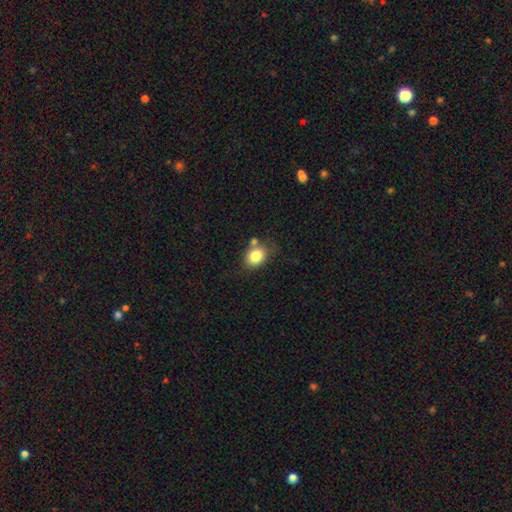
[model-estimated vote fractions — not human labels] A smooth galaxy with no disk features (82%) that is round (54%).

Vote fractions:
- Smooth or featured? smooth: 82% / star or artifact: 10% / featured or disk: 9%
- How rounded? round: 54% / in between: 45% / cigar-shaped: 1%
- Merging? none: 64% / minor disturbance: 17% / merger: 14% / major disturbance: 5%